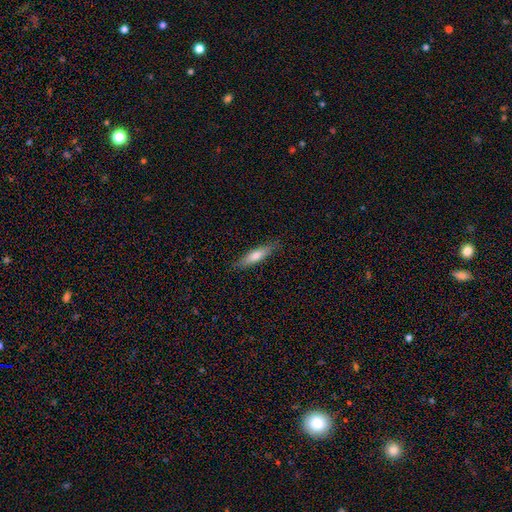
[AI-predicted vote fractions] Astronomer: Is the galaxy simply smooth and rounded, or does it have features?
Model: smooth — 66%.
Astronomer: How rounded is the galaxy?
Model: cigar-shaped — 76%.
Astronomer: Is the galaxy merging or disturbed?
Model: none — 85%.